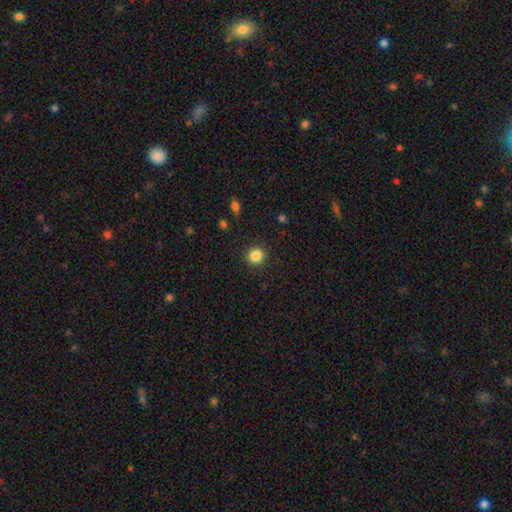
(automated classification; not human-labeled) This is clearly a smooth galaxy (85%). How rounded: clearly round (86%). Merging: clearly none (90%).